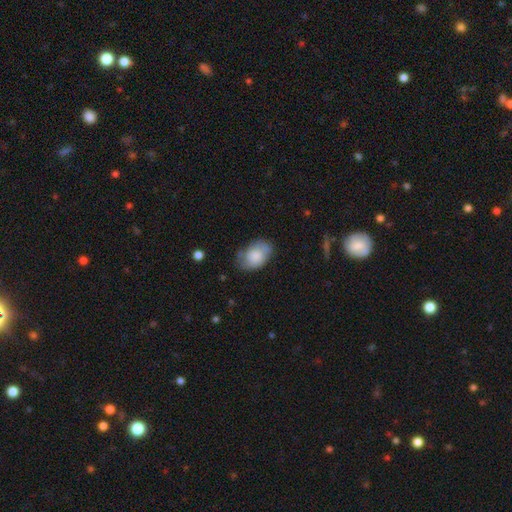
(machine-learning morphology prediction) smooth 75%, featured or disk 18%, star or artifact 7%. Down the decision tree: how rounded — in between (86%); merging — none (59%).